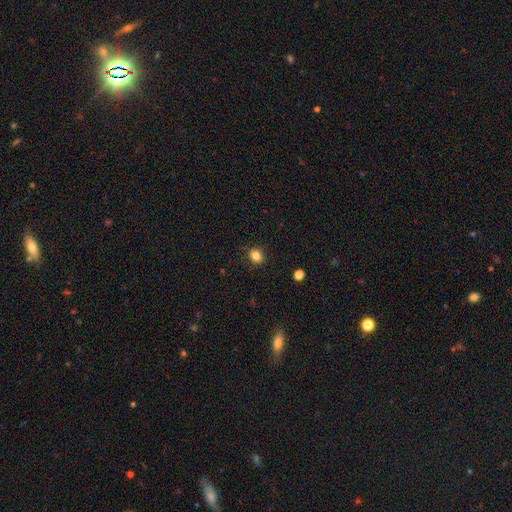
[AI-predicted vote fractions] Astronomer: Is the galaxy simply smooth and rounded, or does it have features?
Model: smooth — 84%.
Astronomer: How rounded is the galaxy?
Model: round — 64%.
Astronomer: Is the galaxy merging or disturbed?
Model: none — 87%.